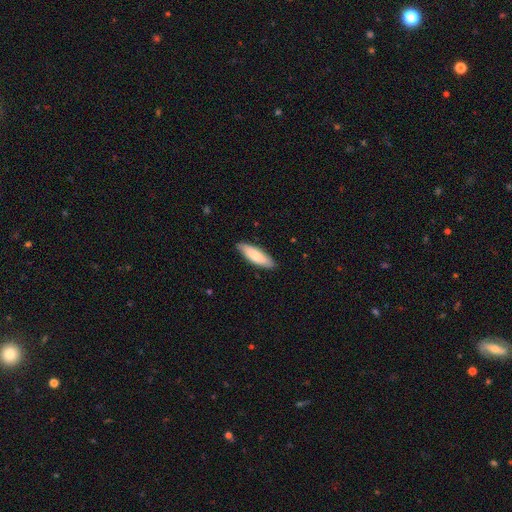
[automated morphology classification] Overall: smooth (77%). How rounded: in between (51%; cigar-shaped 47%). Merging: none (86%).